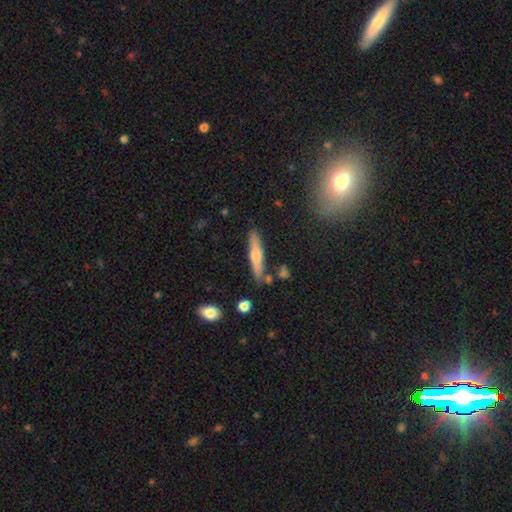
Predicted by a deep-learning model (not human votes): This is possibly a smooth galaxy (53%). How rounded: clearly cigar-shaped (87%). Merging: clearly none (83%).